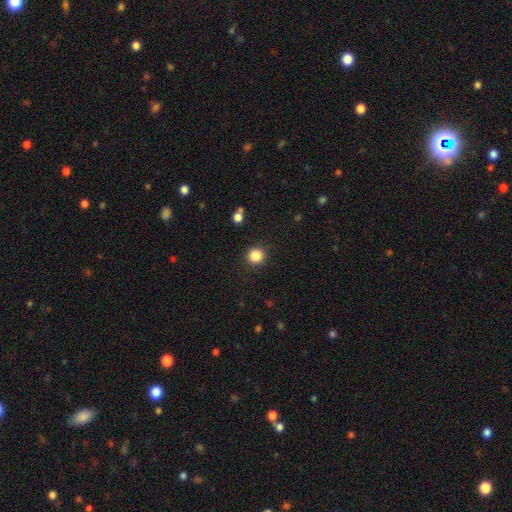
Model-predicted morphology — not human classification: This is clearly a smooth galaxy (86%). How rounded: clearly round (93%). Merging: clearly none (90%).